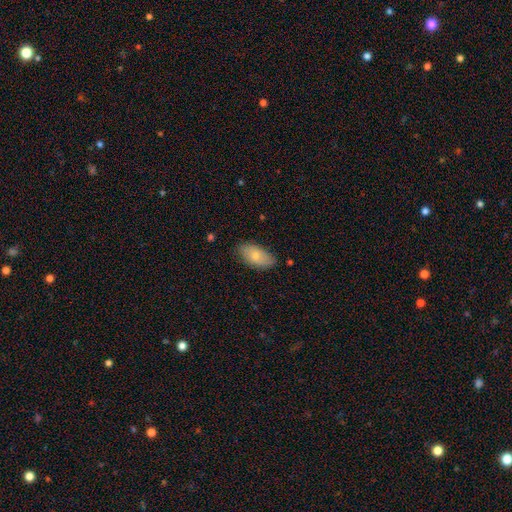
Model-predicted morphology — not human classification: Overall: smooth (76%). How rounded: in between (93%). Merging: none (79%).